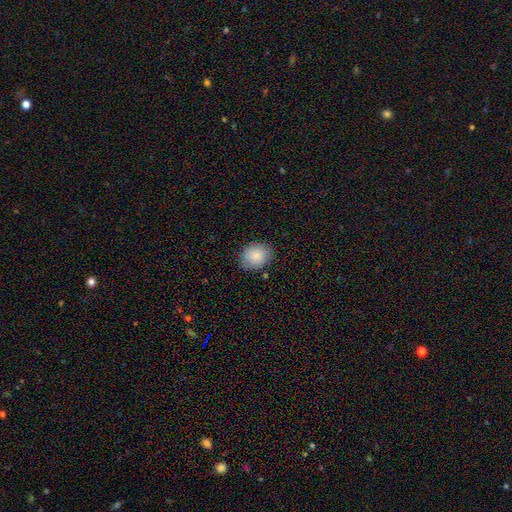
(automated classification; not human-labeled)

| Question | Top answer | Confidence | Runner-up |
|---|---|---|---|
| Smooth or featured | smooth | 85% | featured or disk (8%) |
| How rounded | round | 52% | in between (47%) |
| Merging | none | 83% | minor disturbance (13%) |